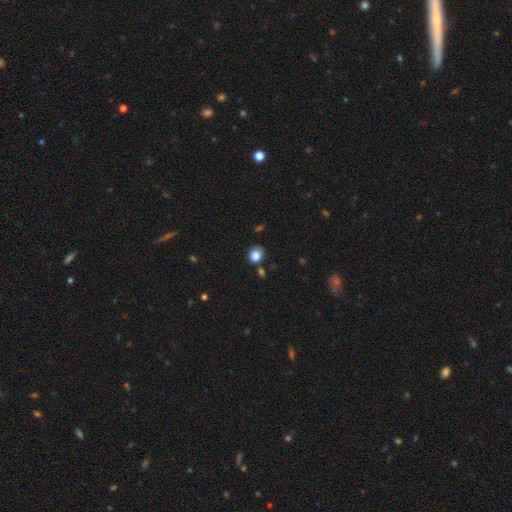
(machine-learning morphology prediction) smooth_or_featured: smooth (p=0.83) [alt: star or artifact p=0.11]
how_rounded: round (p=0.71) [alt: in between p=0.28]
merging: none (p=0.72) [alt: minor disturbance p=0.17]